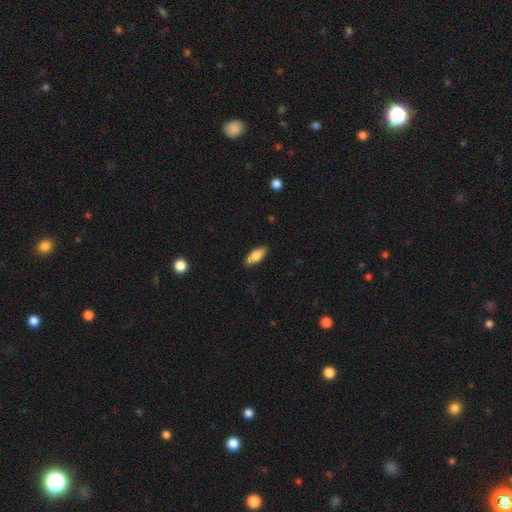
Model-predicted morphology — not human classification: This is clearly a smooth galaxy (80%). How rounded: likely in between (77%). Merging: clearly none (87%).